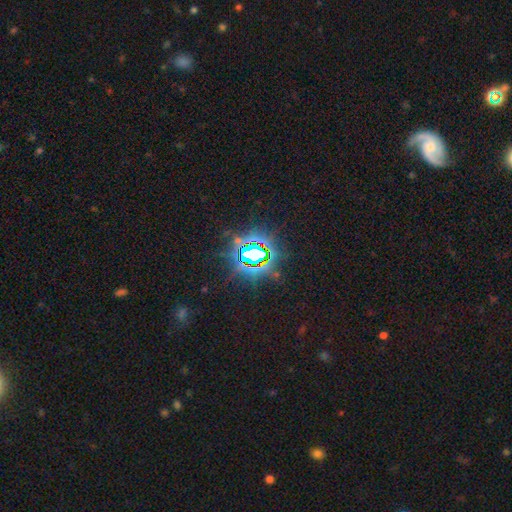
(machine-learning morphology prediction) Smooth or featured? star or artifact (82%)